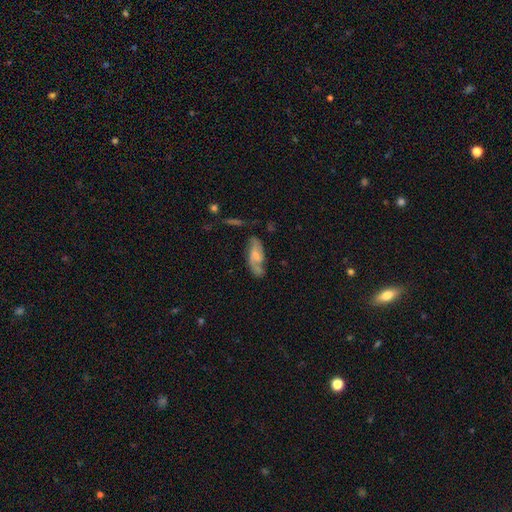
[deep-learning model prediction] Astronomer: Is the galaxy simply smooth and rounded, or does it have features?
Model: featured or disk — 70%.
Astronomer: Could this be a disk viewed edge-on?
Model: no — 92%.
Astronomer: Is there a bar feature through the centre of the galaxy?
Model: weak — 46% (runner-up: no, 38%).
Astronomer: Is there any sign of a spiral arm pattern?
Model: yes — 91%.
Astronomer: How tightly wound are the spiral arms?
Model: medium — 44% (runner-up: loose, 39%).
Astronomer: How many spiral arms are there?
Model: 2 — 83%.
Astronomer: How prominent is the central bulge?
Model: none — 38% (runner-up: small, 29%).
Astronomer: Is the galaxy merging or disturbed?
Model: none — 60%.